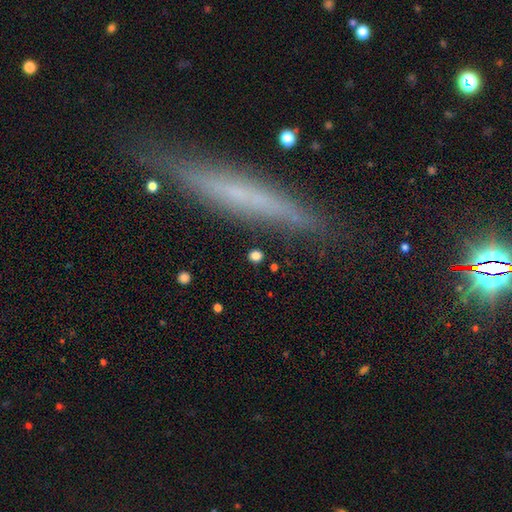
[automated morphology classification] Smooth or featured? smooth (81%)
How rounded? round (81%)
Merging? none (88%)